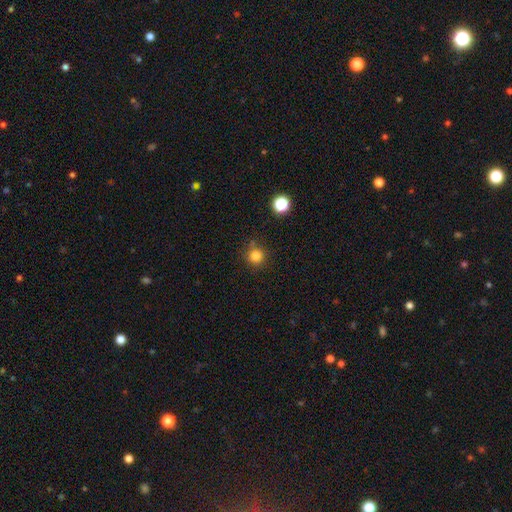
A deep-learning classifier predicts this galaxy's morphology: Smooth or featured?
  - smooth: 82% *
  - star or artifact: 14%
  - featured or disk: 5%
How rounded?
  - round: 94% *
  - in between: 6%
  - cigar-shaped: 1%
Merging?
  - none: 81% *
  - minor disturbance: 11%
  - merger: 5%
  - major disturbance: 3%